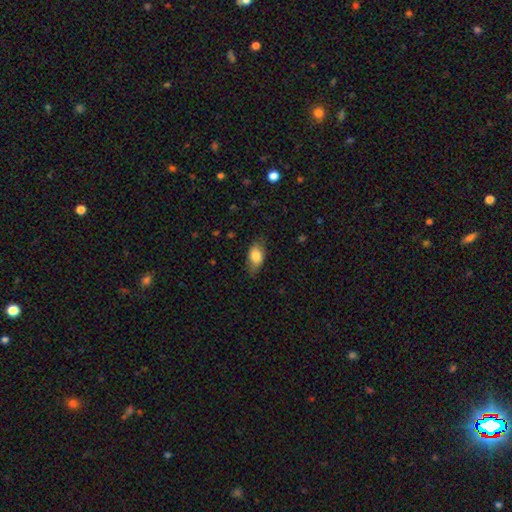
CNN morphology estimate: Smooth or featured? smooth (80%)
How rounded? in between (88%)
Merging? none (72%)